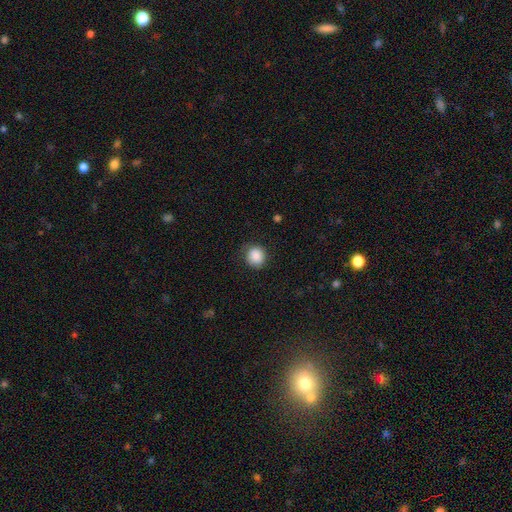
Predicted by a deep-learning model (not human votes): This is clearly a smooth galaxy (88%). How rounded: clearly round (86%). Merging: clearly none (82%).